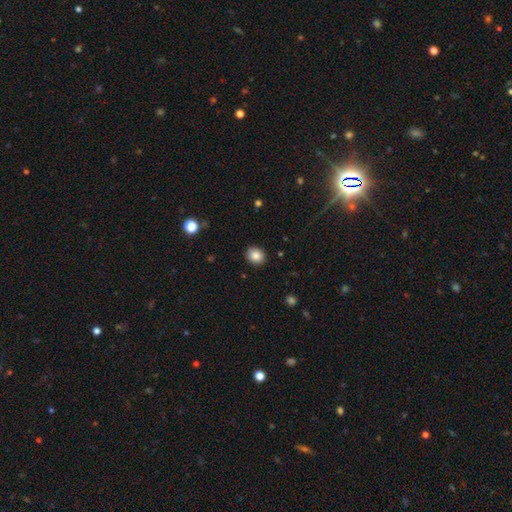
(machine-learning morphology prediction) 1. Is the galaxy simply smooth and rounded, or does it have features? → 85% smooth, 9% star or artifact, 6% featured or disk.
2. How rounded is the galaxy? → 68% round, 31% in between, 1% cigar-shaped.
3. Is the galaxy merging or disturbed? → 90% none, 7% minor disturbance, 2% major disturbance, 1% merger.